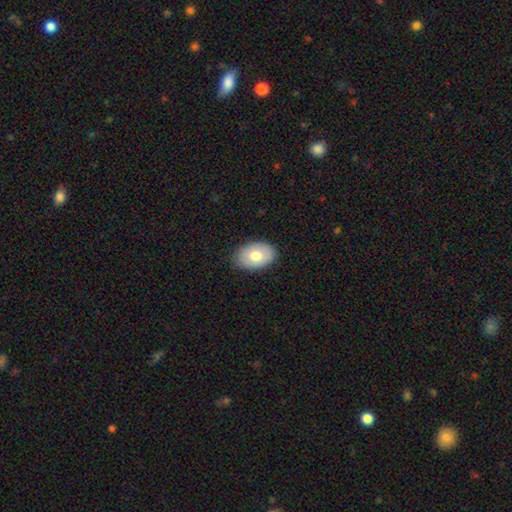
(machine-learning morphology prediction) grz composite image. It shows a smooth galaxy with no disk features (74%) that is in between round and cigar-shaped (89%). Merging: none (84%).